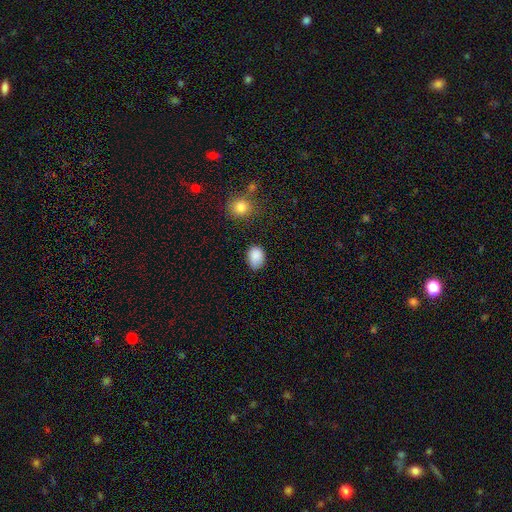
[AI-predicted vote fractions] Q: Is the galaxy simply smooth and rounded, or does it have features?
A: smooth — 87%.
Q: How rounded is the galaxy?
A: in between — 70%.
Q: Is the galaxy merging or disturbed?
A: none — 60%.